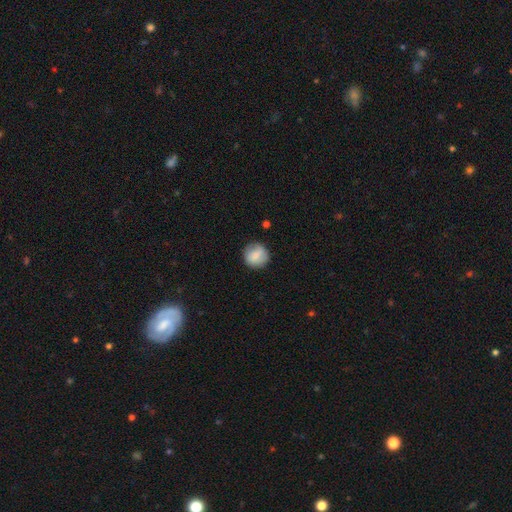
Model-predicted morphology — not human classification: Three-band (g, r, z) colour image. It shows a smooth galaxy with no disk features (77%) that is round (91%). Merging: none (82%).